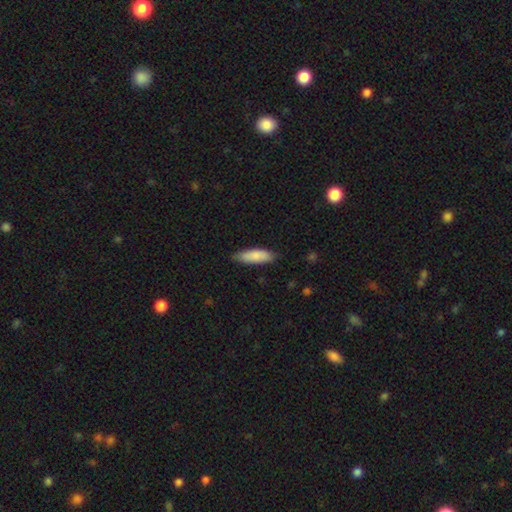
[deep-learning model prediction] Overall: smooth (86%). How rounded: in between (52%; cigar-shaped 46%). Merging: none (81%).